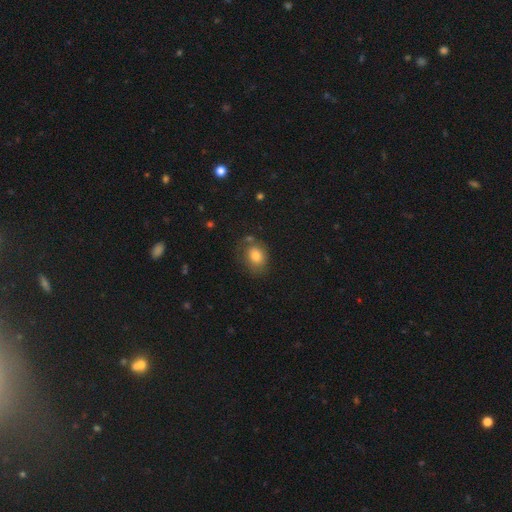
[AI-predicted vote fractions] Q: Smooth or featured?
A: smooth (78%); runner-up: featured or disk (13%)
Q: How rounded?
A: in between (59%); runner-up: round (40%)
Q: Merging?
A: none (62%); runner-up: minor disturbance (22%)